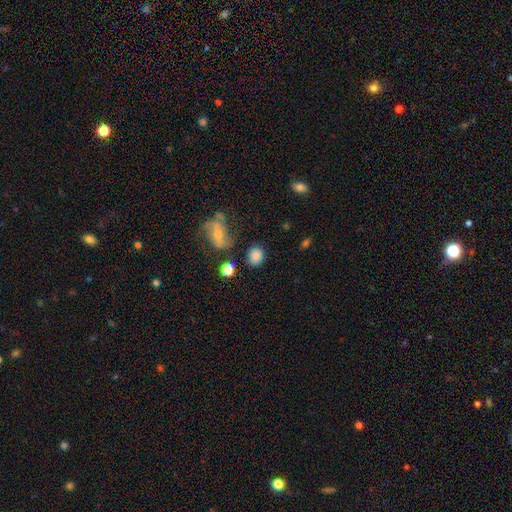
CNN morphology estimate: The model was most divided on "how rounded": round: 59%, in between: 39%, cigar-shaped: 1%. More confident: smooth or featured — smooth (81%); merging — none (77%).